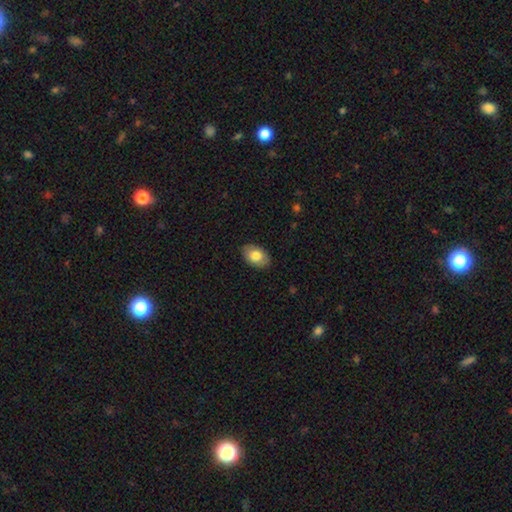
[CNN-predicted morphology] smooth-or-featured: smooth: 81% | featured or disk: 13% | star or artifact: 7%
  how-rounded: in between: 86% | round: 13% | cigar-shaped: 1%
  merging: none: 87% | minor disturbance: 10% | major disturbance: 2% | merger: 1%